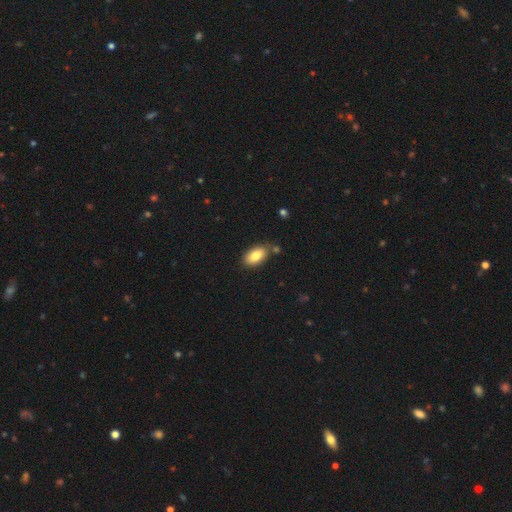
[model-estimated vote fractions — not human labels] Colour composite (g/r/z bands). It shows a smooth galaxy with no disk features (83%) that is in between round and cigar-shaped (93%). Merging: none (77%).